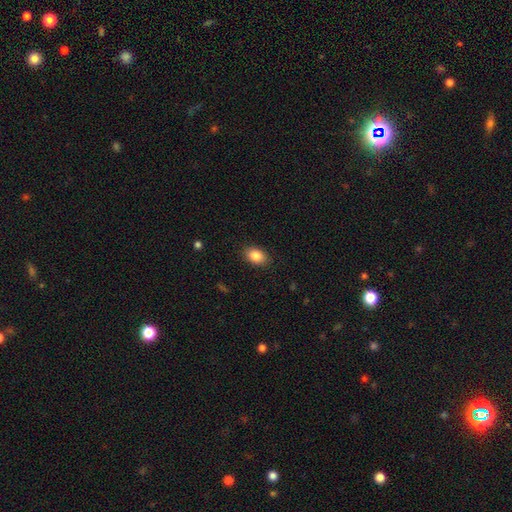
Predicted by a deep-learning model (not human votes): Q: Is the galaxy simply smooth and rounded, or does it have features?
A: smooth — 86%.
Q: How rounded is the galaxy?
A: in between — 85%.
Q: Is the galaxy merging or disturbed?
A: none — 88%.